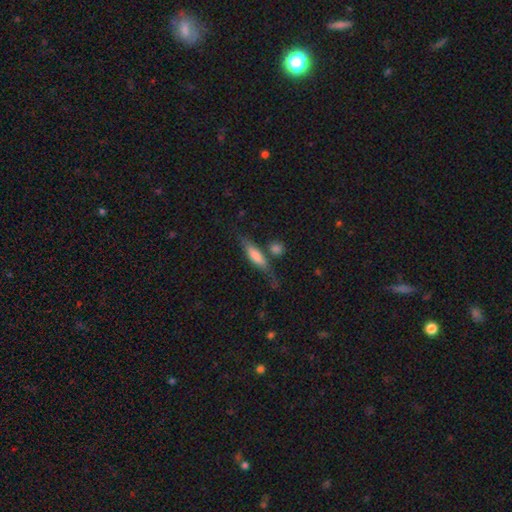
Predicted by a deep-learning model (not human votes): A smooth galaxy with no disk features (61%) that is cigar-shaped (71%). Merging: none (63%).